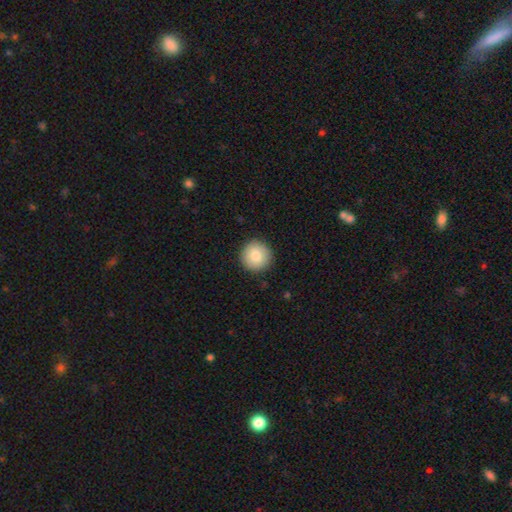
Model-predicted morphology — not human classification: A smooth galaxy with no disk features (84%) that is round (96%).

Vote fractions:
- Smooth or featured? smooth: 84% / featured or disk: 8% / star or artifact: 8%
- How rounded? round: 96% / in between: 3% / cigar-shaped: 1%
- Merging? none: 92% / minor disturbance: 6% / major disturbance: 2% / merger: 1%